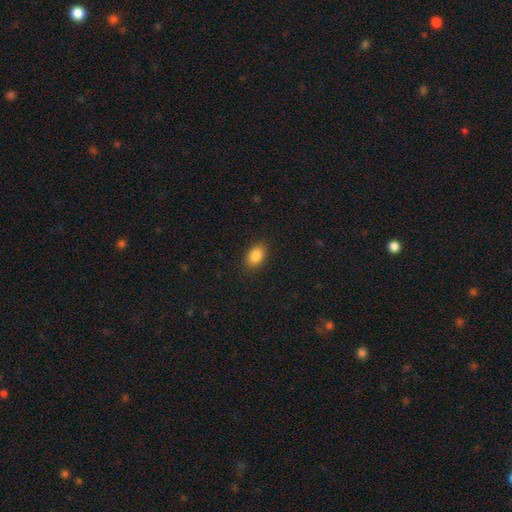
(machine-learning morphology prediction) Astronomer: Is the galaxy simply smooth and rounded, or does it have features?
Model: smooth — 87%.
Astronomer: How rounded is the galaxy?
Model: in between — 81%.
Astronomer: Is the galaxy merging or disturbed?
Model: none — 88%.